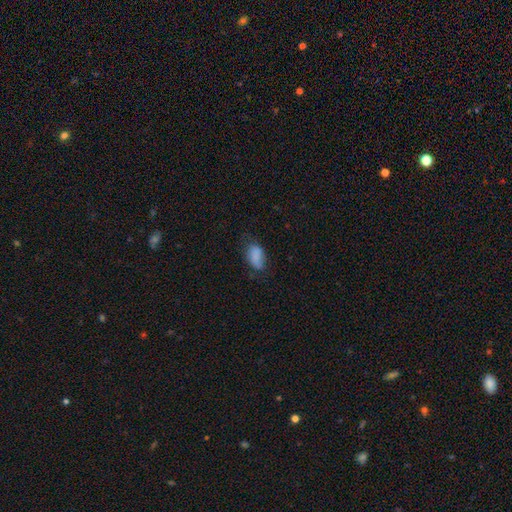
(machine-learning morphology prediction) The model was most divided on "merging": none: 54%, minor disturbance: 31%, major disturbance: 13%, merger: 2%. More confident: how rounded — in between (92%); smooth or featured — smooth (81%).